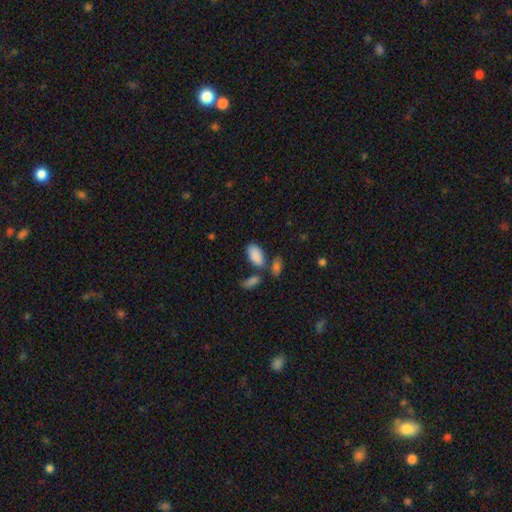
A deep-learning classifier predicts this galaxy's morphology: Overall: smooth (87%). How rounded: in between (94%). Merging: none (57%; merger 23%).